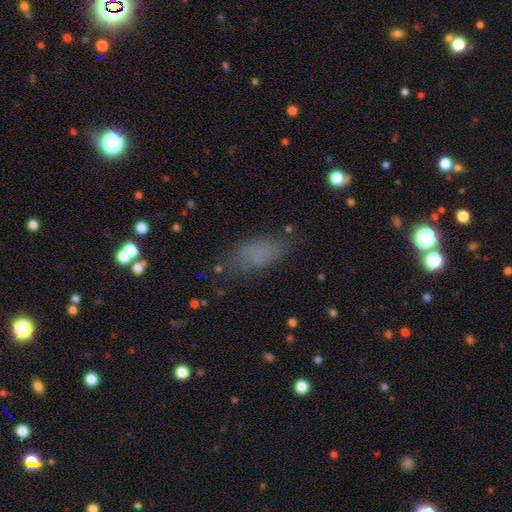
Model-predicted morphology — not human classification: smooth_or_featured: smooth (p=0.67) [alt: star or artifact p=0.19]
how_rounded: in between (p=0.80) [alt: cigar-shaped p=0.14]
merging: none (p=0.70) [alt: minor disturbance p=0.19]